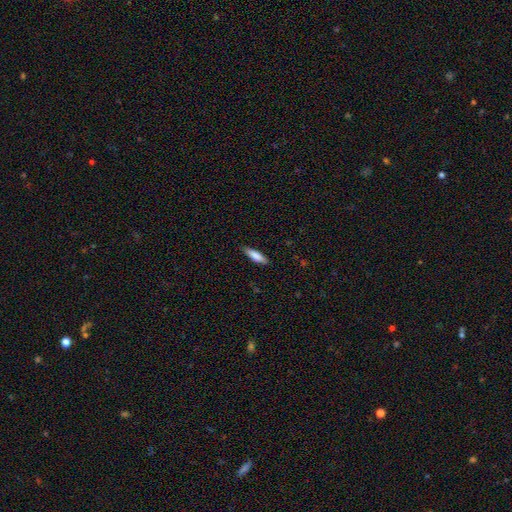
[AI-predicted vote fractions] Smooth or featured: smooth — 82% (featured or disk — 13%)
How rounded: cigar-shaped — 62% (in between — 36%)
Merging: none — 87% (minor disturbance — 10%)